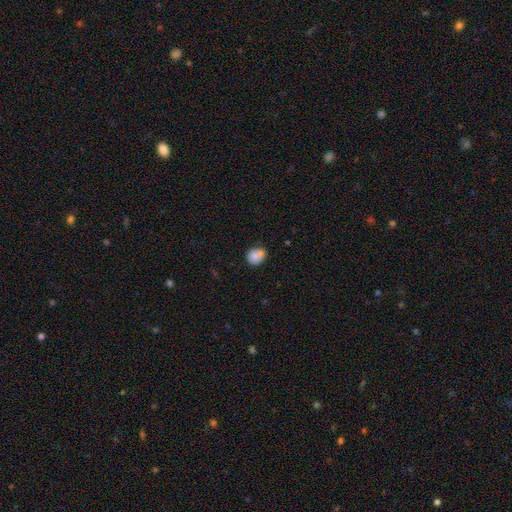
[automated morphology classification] smooth 81%, featured or disk 10%, star or artifact 8%. Down the decision tree: how rounded — round (66%); merging — none (59%).